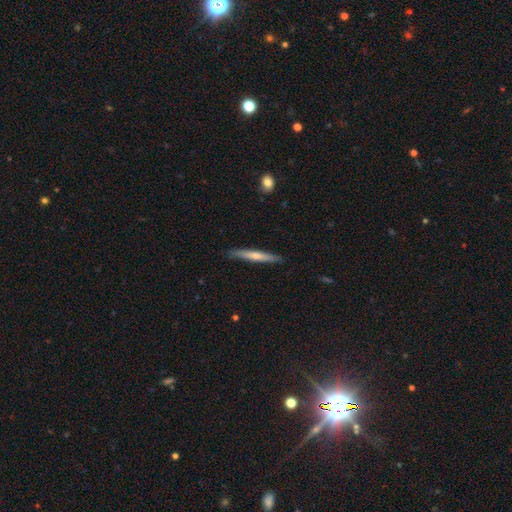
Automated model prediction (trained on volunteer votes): This appears to be a smooth galaxy with no disk features (54%) that is cigar-shaped (95%). Merging: none (87%).